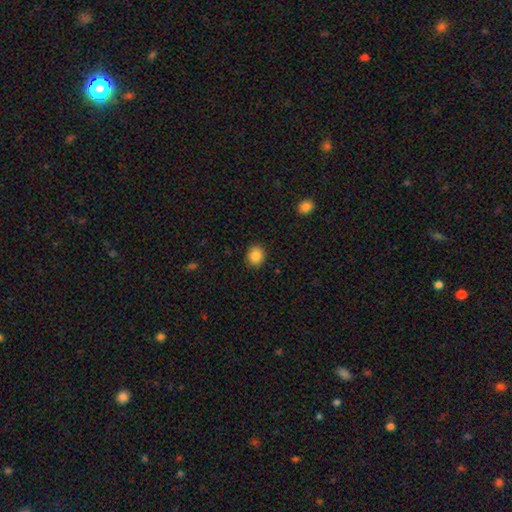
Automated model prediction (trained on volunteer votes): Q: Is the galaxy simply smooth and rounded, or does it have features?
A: smooth — 85%.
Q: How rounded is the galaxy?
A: round — 72%.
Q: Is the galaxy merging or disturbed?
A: none — 90%.